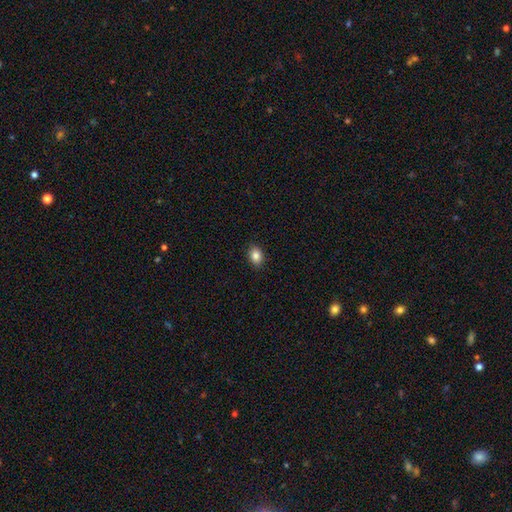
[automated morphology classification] Smooth or featured? Predicted: smooth (p=0.85). How rounded? Predicted: in between (p=0.74). Merging? Predicted: none (p=0.89).